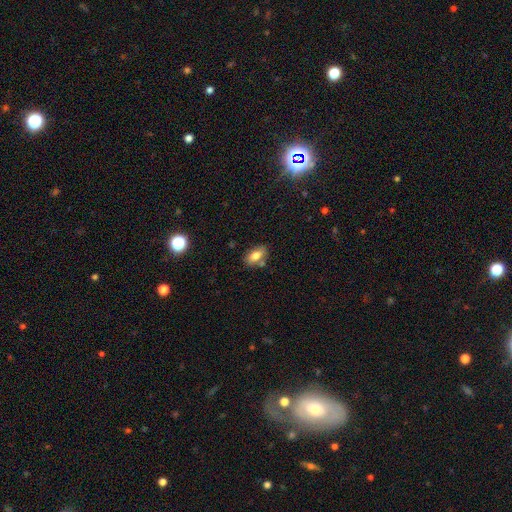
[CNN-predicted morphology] smooth_or_featured: smooth (p=0.77) [alt: featured or disk p=0.15]
how_rounded: in between (p=0.89) [alt: round p=0.07]
merging: none (p=0.71) [alt: minor disturbance p=0.14]